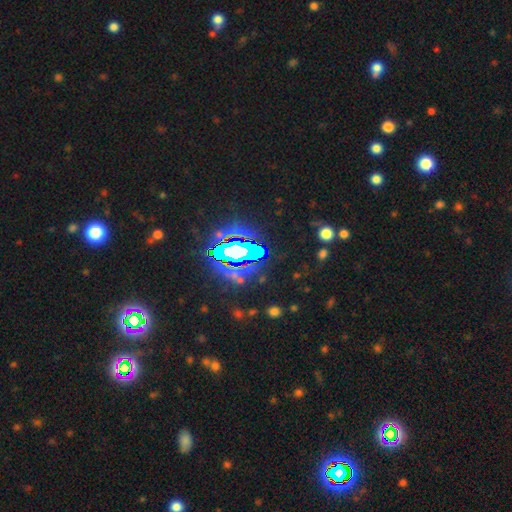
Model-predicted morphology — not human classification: type=star or artifact (82%).